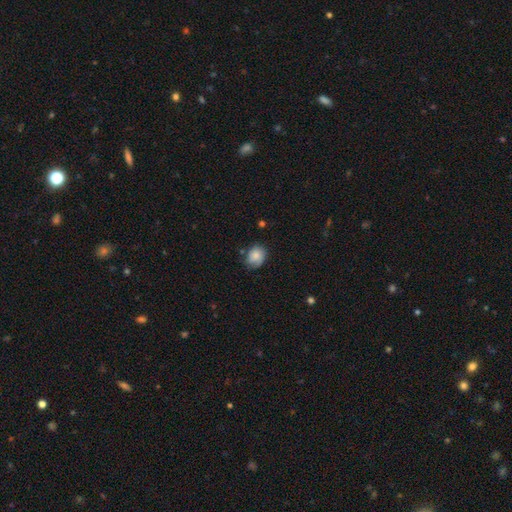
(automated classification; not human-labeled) The model was most divided on "how rounded": round: 57%, in between: 42%, cigar-shaped: 1%. More confident: smooth or featured — smooth (80%); merging — none (65%).